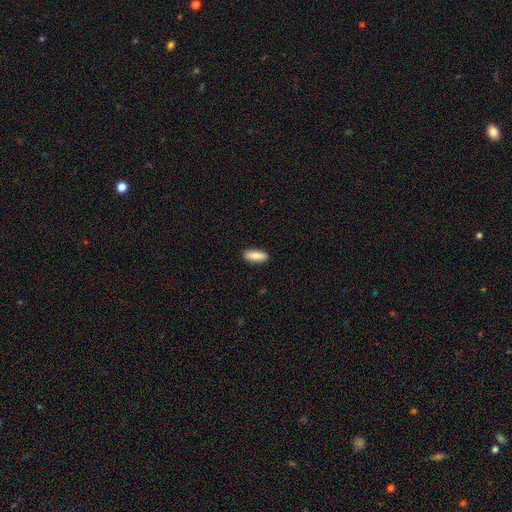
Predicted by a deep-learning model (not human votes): This appears to be a smooth galaxy with no disk features (86%) that is in between round and cigar-shaped (71%). Merging: none (89%).